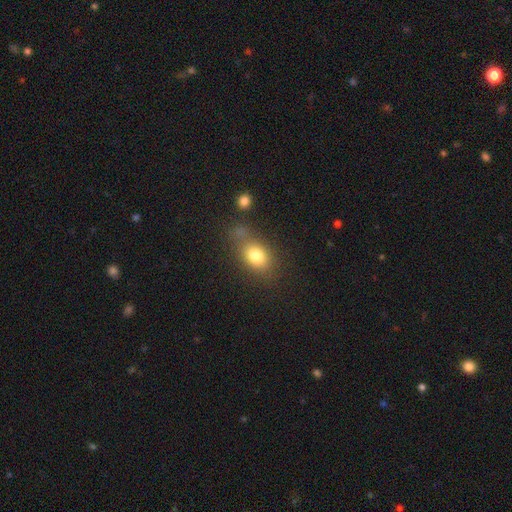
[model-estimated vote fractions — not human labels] A smooth galaxy with no disk features (78%) that is in between round and cigar-shaped (73%).

Vote fractions:
- Smooth or featured? smooth: 78% / featured or disk: 12% / star or artifact: 10%
- How rounded? in between: 73% / round: 25% / cigar-shaped: 3%
- Merging? none: 55% / minor disturbance: 21% / merger: 13% / major disturbance: 11%